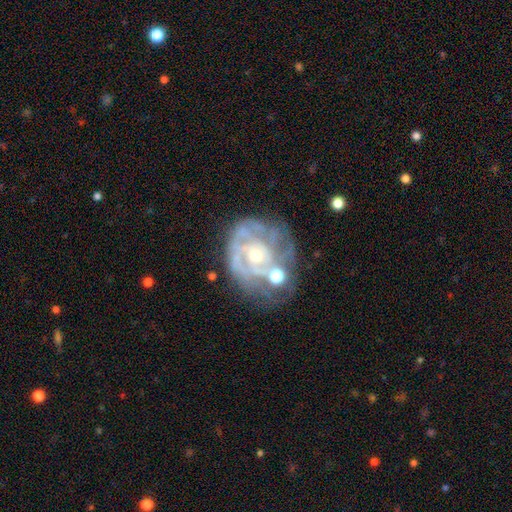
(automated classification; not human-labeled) smooth-or-featured: featured or disk: 79% | smooth: 13% | star or artifact: 8%
  disk-edge-on: no: 98% | yes: 2%
    bar: no: 78% | weak: 18% | strong: 4%
    has-spiral-arms: yes: 71% | no: 29%
      spiral-winding: tight: 61% | medium: 28% | loose: 11%
      spiral-arm-count: can't tell: 49% | 2: 17% | 3: 15% | 4: 7% | 1: 6% | more than 4: 5%
    bulge-size: small: 60% | moderate: 34% | none: 3% | large: 2% | dominant: 1%
  merging: none: 46% | minor disturbance: 21% | major disturbance: 19% | merger: 14%